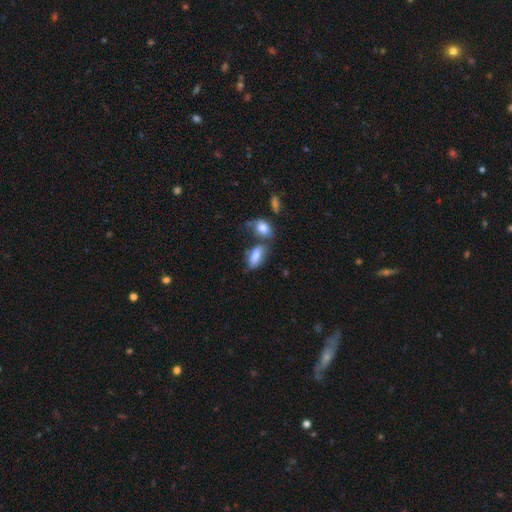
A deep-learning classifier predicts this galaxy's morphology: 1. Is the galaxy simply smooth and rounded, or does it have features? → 79% smooth, 13% featured or disk, 8% star or artifact.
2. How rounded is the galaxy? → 86% in between, 10% cigar-shaped, 4% round.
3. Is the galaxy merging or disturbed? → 42% none, 28% merger, 21% minor disturbance, 9% major disturbance.